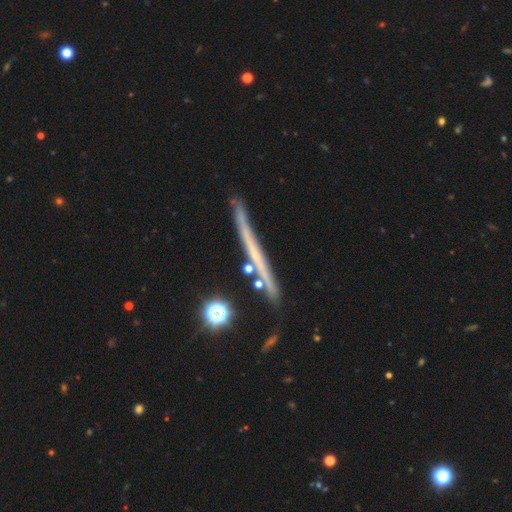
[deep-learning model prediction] Q: Smooth or featured?
A: featured or disk (59%); runner-up: smooth (31%)
Q: Edge-on disk?
A: yes (94%); runner-up: no (6%)
Q: Edge-on bulge?
A: none (88%); runner-up: rounded (9%)
Q: Merging?
A: none (78%); runner-up: minor disturbance (15%)